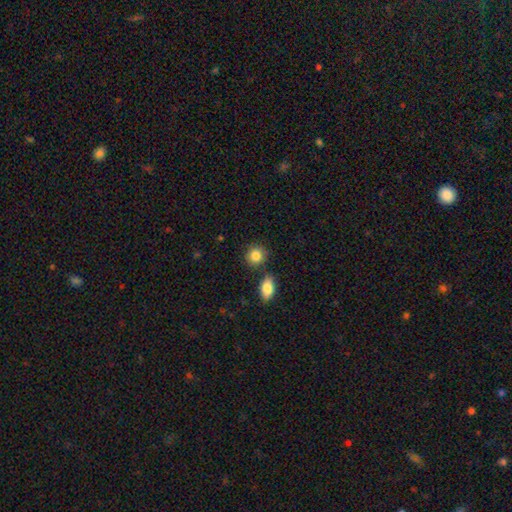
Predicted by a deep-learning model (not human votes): Smooth or featured?
  - smooth: 86% *
  - star or artifact: 8%
  - featured or disk: 6%
How rounded?
  - round: 75% *
  - in between: 24%
  - cigar-shaped: 1%
Merging?
  - none: 75% *
  - minor disturbance: 11%
  - merger: 11%
  - major disturbance: 3%